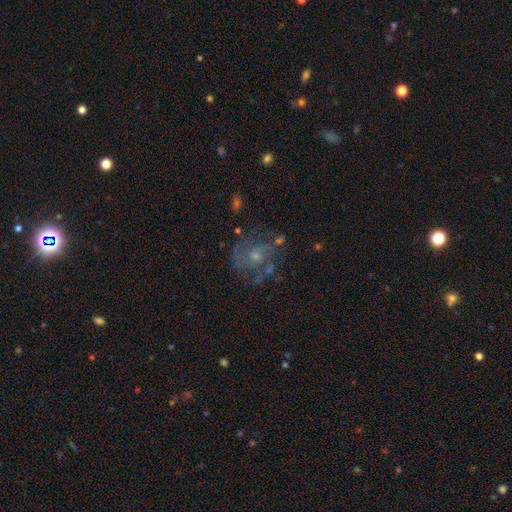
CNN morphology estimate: Smooth or featured: featured or disk — 70% (smooth — 18%)
Edge-on disk: no — 98% (yes — 2%)
Bar: no — 73% (weak — 23%)
Spiral arms: yes — 82% (no — 18%)
Spiral winding: medium — 47% (tight — 33%)
Spiral arm count: 2 — 34% (can't tell — 29%)
Bulge size: small — 45% (moderate — 44%)
Merging: none — 59% (minor disturbance — 20%)